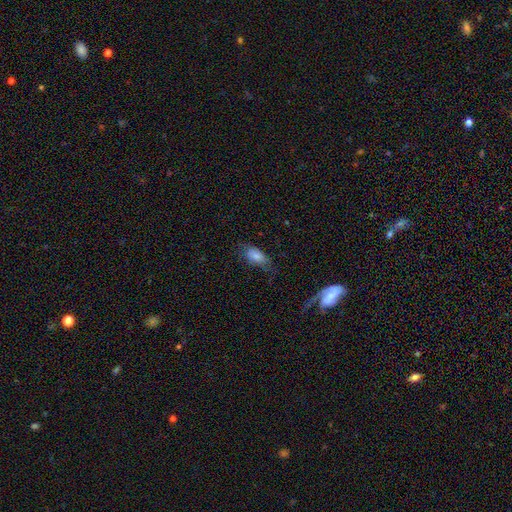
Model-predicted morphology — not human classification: This is likely a smooth galaxy (72%). How rounded: clearly in between (89%). Merging: possibly none (48%).